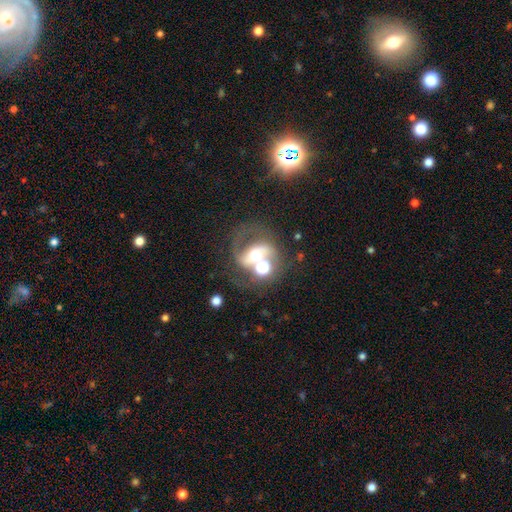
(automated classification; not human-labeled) A featured or disk galaxy (69%) with a strong bar (36%), 2 (76%) medium (46%) spiral arms (80%) and a moderate central bulge (59%).

Vote fractions:
- Smooth or featured? featured or disk: 69% / smooth: 18% / star or artifact: 13%
- Edge-on disk? no: 96% / yes: 4%
- Bar? strong: 36% / no: 35% / weak: 29%
- Spiral arms? yes: 80% / no: 20%
- Spiral winding? medium: 46% / loose: 40% / tight: 14%
- Spiral arm count? 2: 76% / 1: 16% / can't tell: 5% / 3: 1% / more than 4: 1% / 4: 1%
- Bulge size? moderate: 59% / large: 22% / small: 11% / dominant: 6% / none: 2%
- Merging? none: 42% / merger: 29% / major disturbance: 16% / minor disturbance: 13%